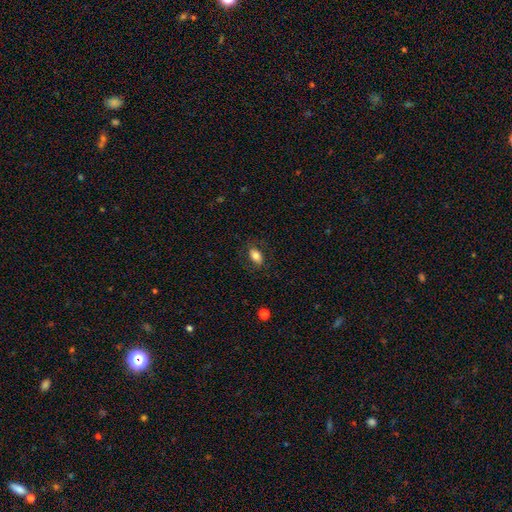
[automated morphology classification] A smooth galaxy with no disk features (80%) that is in between round and cigar-shaped (89%).

Vote fractions:
- Smooth or featured? smooth: 80% / featured or disk: 12% / star or artifact: 8%
- How rounded? in between: 89% / round: 8% / cigar-shaped: 2%
- Merging? none: 81% / minor disturbance: 13% / major disturbance: 5% / merger: 1%